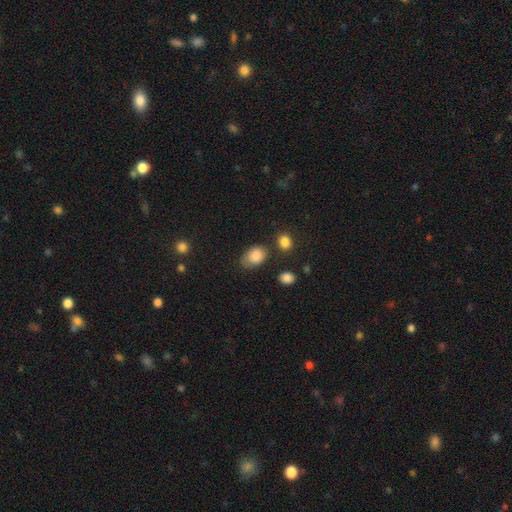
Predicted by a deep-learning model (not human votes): Smooth or featured? smooth (86%)
How rounded? in between (78%)
Merging? none (60%)